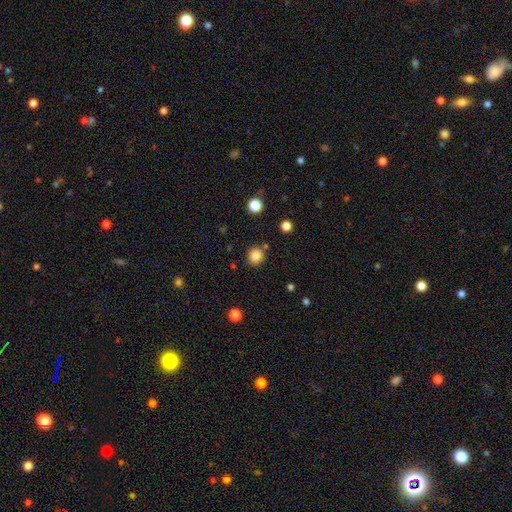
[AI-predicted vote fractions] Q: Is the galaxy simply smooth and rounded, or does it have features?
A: smooth — 84%.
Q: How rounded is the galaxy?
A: round — 86%.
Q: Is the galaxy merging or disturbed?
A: none — 83%.